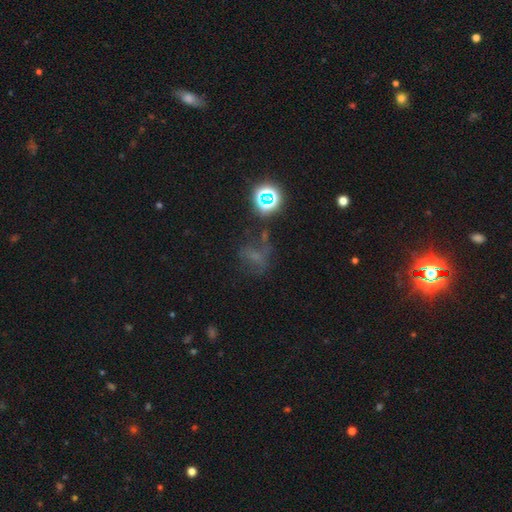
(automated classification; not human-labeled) smooth-or-featured: star or artifact: 39% | smooth: 34% | featured or disk: 27%